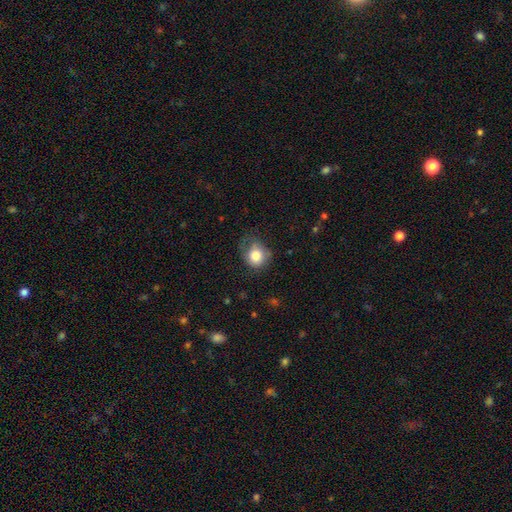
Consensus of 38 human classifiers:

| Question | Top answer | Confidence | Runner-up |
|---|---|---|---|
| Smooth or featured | smooth | 82% | featured or disk (13%) |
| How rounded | round | 90% | in between (10%) |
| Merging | none | 47% | minor disturbance (31%) |